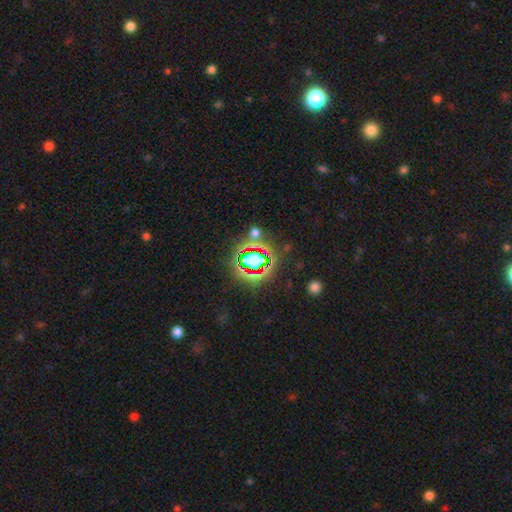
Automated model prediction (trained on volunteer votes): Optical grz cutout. It shows a star or artifact, not a galaxy (79%).